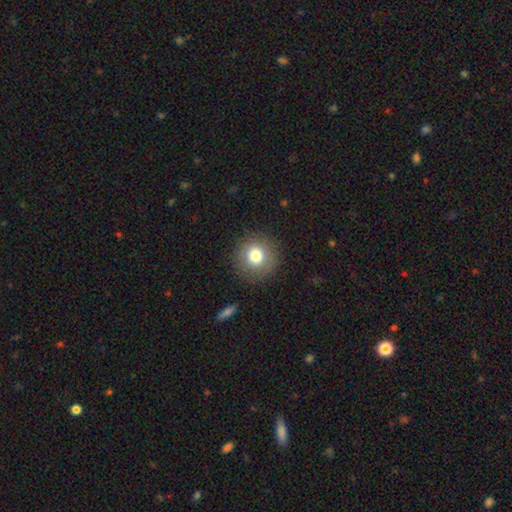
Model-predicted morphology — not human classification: type=smooth (77%); roundness=round (94%); merging=none (88%).